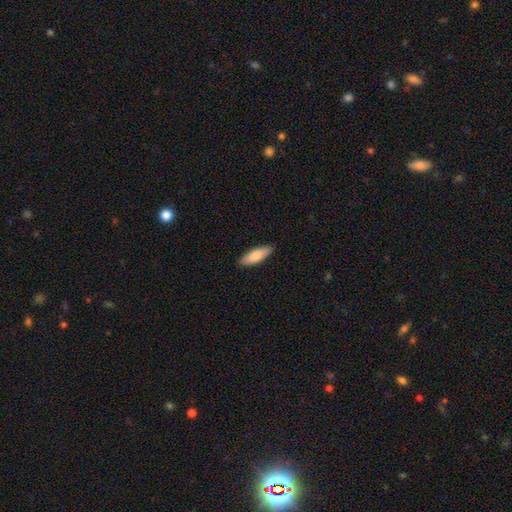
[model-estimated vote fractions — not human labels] Smooth or featured: smooth — 80% (featured or disk — 14%)
How rounded: in between — 59% (cigar-shaped — 39%)
Merging: none — 88% (minor disturbance — 9%)